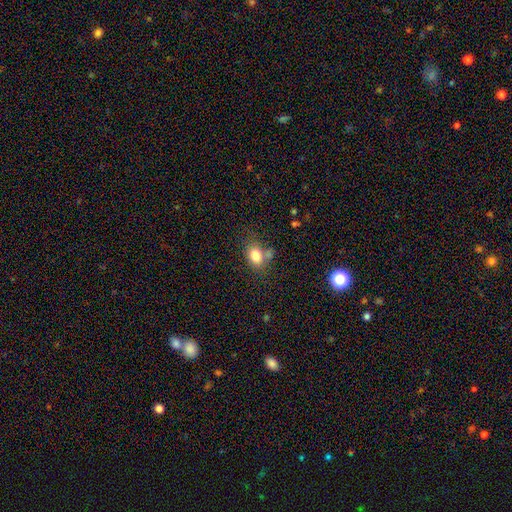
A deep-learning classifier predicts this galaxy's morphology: Smooth or featured? Predicted: smooth (p=0.81). How rounded? Predicted: in between (p=0.64). Merging? Predicted: none (p=0.60).